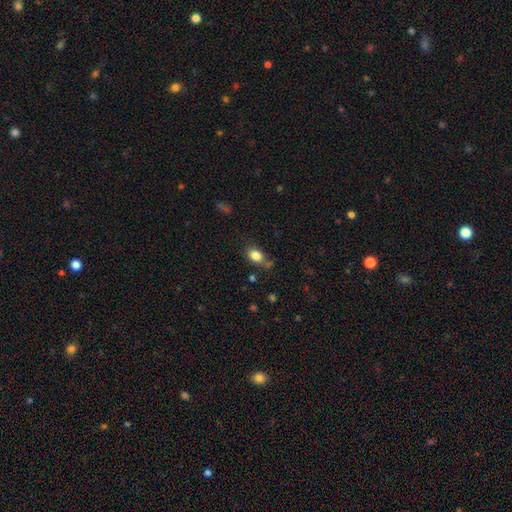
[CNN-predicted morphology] Smooth or featured? Predicted: smooth (p=0.83). How rounded? Predicted: in between (p=0.72). Merging? Predicted: none (p=0.68).